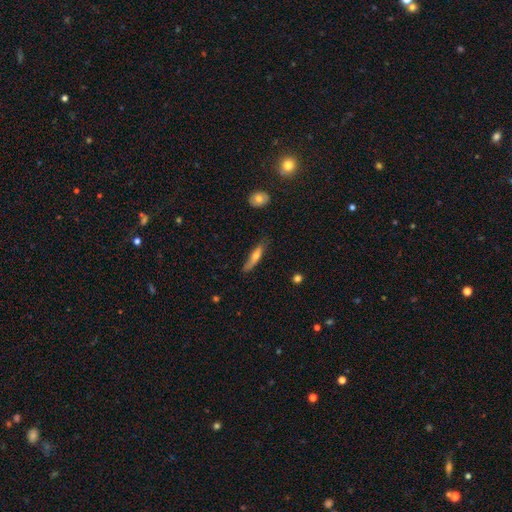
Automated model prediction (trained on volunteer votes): A smooth galaxy with no disk features (56%) that is cigar-shaped (77%). Merging: none (65%).